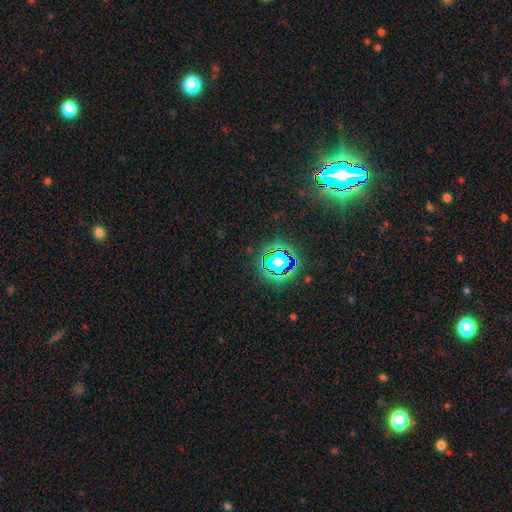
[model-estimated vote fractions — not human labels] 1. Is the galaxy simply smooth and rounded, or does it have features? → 81% star or artifact, 11% smooth, 7% featured or disk.